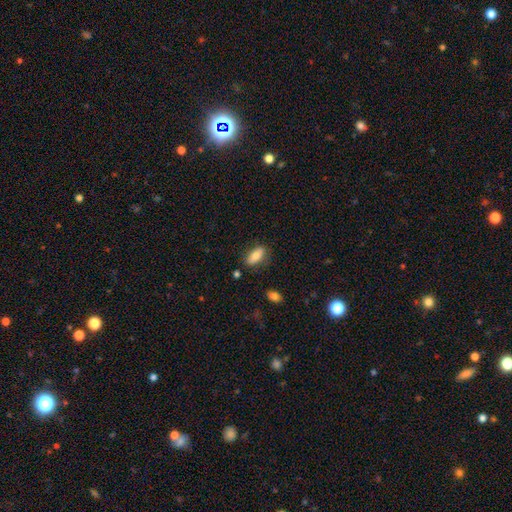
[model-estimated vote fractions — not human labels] Smooth or featured? Predicted: smooth (p=0.77). How rounded? Predicted: in between (p=0.80). Merging? Predicted: none (p=0.80).